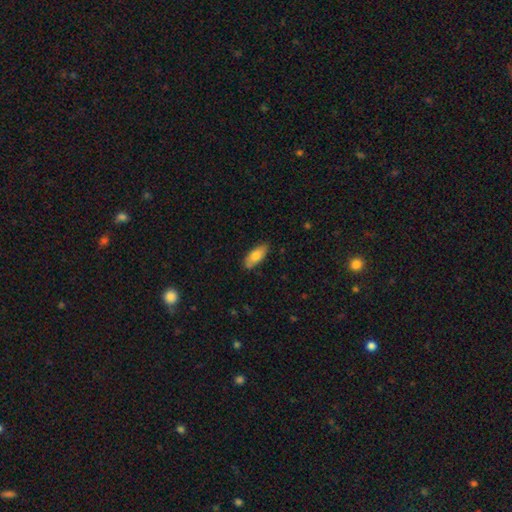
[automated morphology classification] This is likely a smooth galaxy (79%). How rounded: clearly in between (83%). Merging: clearly none (82%).